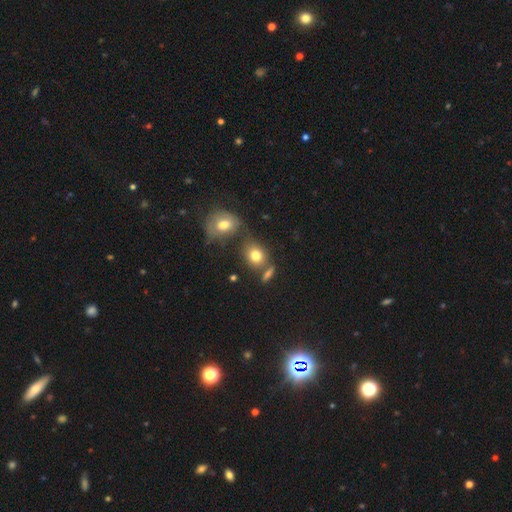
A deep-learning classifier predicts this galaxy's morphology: The model was most divided on "how rounded": round: 53%, in between: 46%, cigar-shaped: 2%. More confident: smooth or featured — smooth (78%); merging — none (56%).